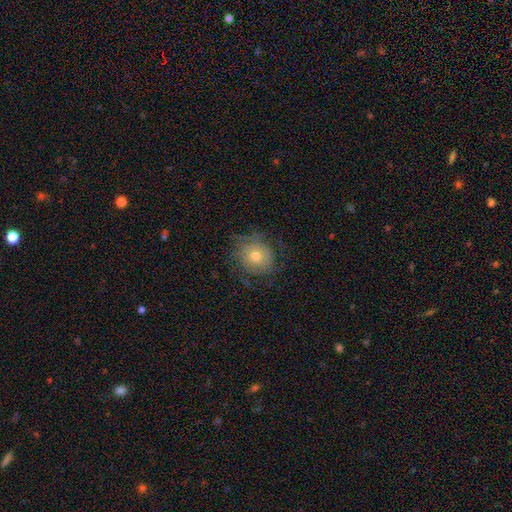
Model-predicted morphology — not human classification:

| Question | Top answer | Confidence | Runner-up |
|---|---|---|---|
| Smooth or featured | smooth | 46% | featured or disk (43%) |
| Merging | none | 69% | minor disturbance (18%) |